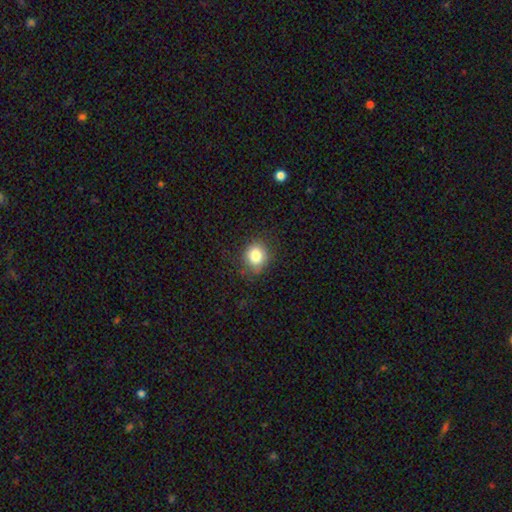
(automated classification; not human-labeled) Smooth or featured: smooth — 82% (star or artifact — 11%)
How rounded: round — 68% (in between — 31%)
Merging: none — 79% (minor disturbance — 15%)